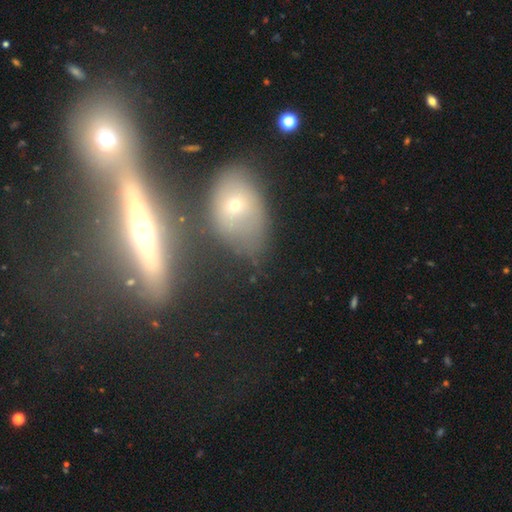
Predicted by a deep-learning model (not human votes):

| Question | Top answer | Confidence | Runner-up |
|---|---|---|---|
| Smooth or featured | featured or disk | 44% | smooth (37%) |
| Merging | none | 61% | minor disturbance (16%) |